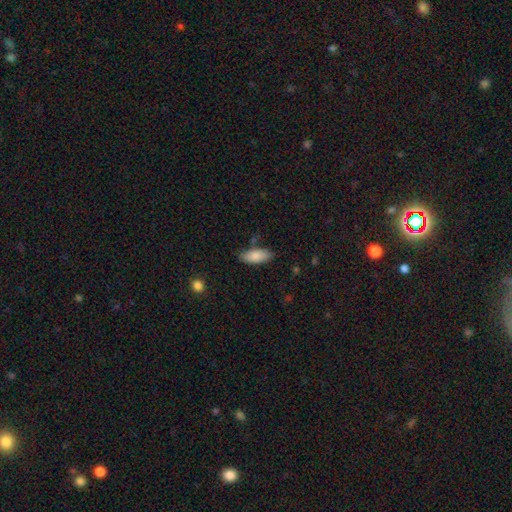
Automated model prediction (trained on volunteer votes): smooth_or_featured: smooth (p=0.85) [alt: featured or disk p=0.08]
how_rounded: in between (p=0.85) [alt: cigar-shaped p=0.14]
merging: none (p=0.77) [alt: minor disturbance p=0.16]